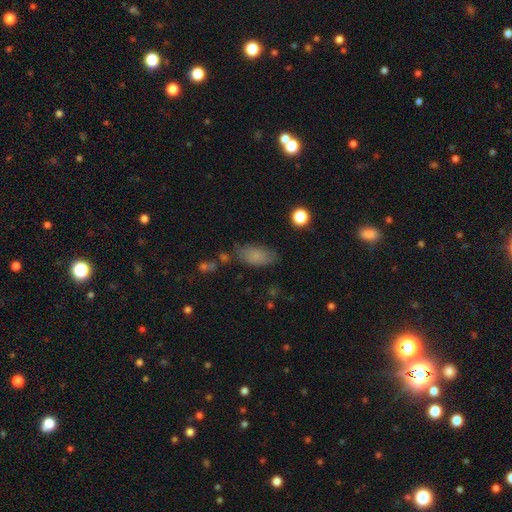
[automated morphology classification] smooth_or_featured: smooth (p=0.77) [alt: featured or disk p=0.12]
how_rounded: in between (p=0.89) [alt: cigar-shaped p=0.07]
merging: none (p=0.69) [alt: minor disturbance p=0.20]